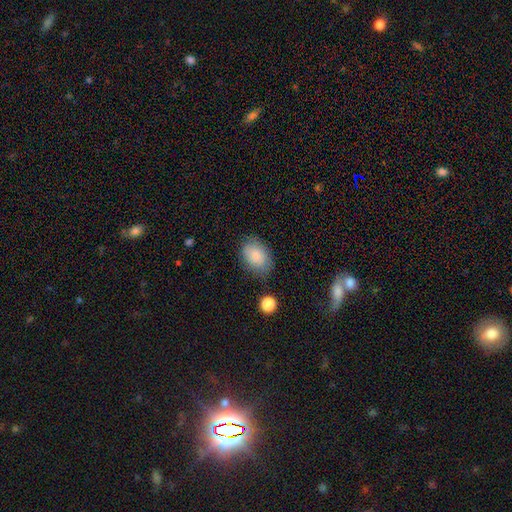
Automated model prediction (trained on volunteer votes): Smooth or featured: smooth — 83% (featured or disk — 10%)
How rounded: in between — 83% (round — 16%)
Merging: none — 71% (minor disturbance — 21%)